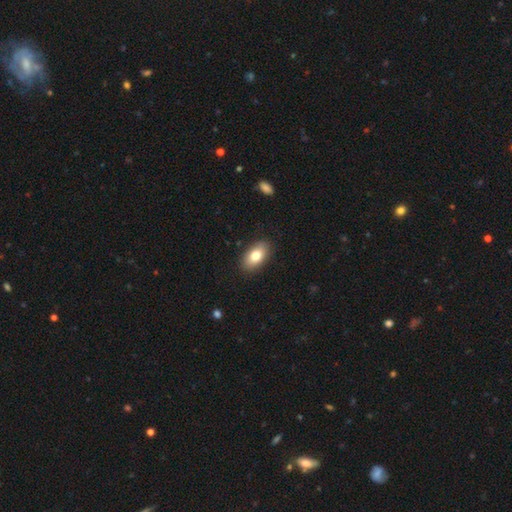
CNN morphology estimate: Q: Smooth or featured?
A: smooth (79%); runner-up: featured or disk (14%)
Q: How rounded?
A: in between (92%); runner-up: round (5%)
Q: Merging?
A: none (88%); runner-up: minor disturbance (9%)